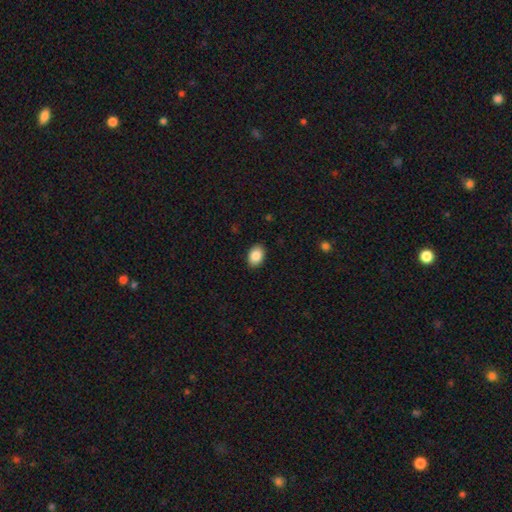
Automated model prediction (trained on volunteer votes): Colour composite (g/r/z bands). It shows a smooth galaxy with no disk features (87%) that is in between round and cigar-shaped (79%). Merging: none (90%).